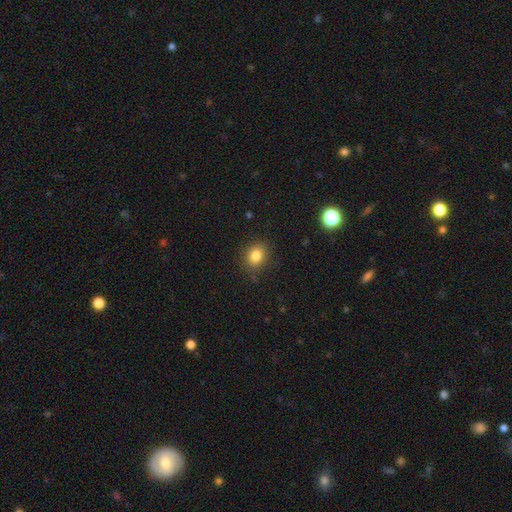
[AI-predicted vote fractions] Overall: smooth (82%). How rounded: round (59%; in between 40%). Merging: none (85%).